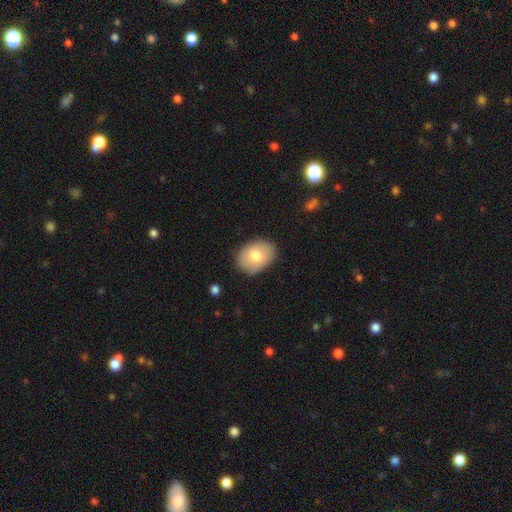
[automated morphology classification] Overall: smooth (75%). How rounded: in between (77%). Merging: none (82%).